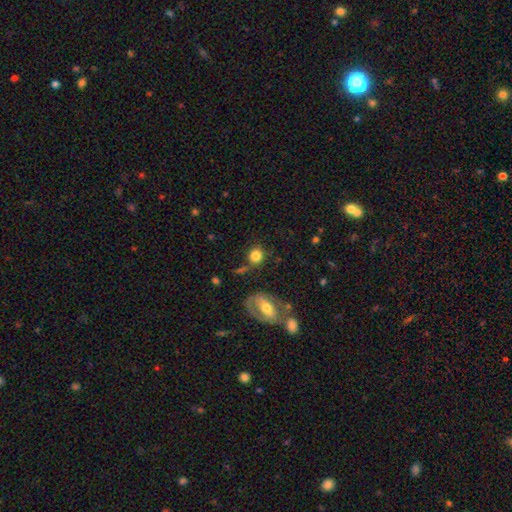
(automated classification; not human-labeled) Smooth or featured: smooth — 78% (featured or disk — 12%)
How rounded: round — 84% (in between — 15%)
Merging: none — 66% (minor disturbance — 15%)